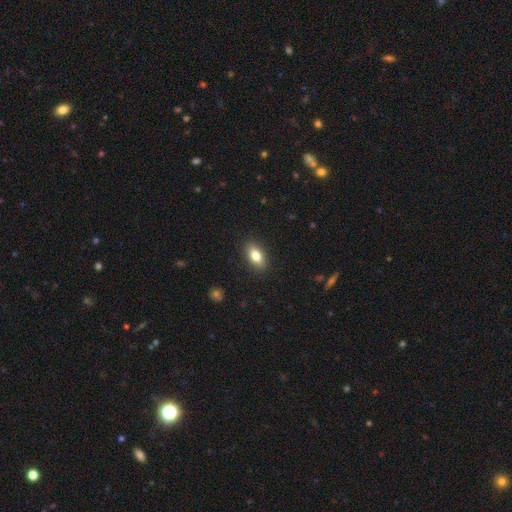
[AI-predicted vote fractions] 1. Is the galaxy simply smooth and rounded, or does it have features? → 78% smooth, 14% featured or disk, 8% star or artifact.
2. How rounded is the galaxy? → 86% in between, 8% cigar-shaped, 6% round.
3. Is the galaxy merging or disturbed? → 89% none, 8% minor disturbance, 2% major disturbance, 1% merger.